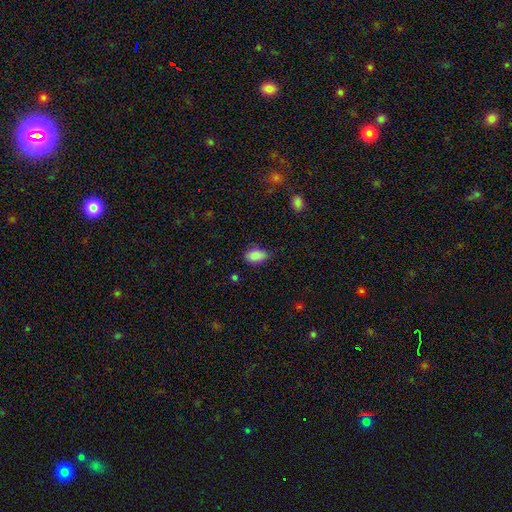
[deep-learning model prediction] smooth 88%, star or artifact 8%, featured or disk 3%. Down the decision tree: how rounded — in between (89%); merging — none (70%).